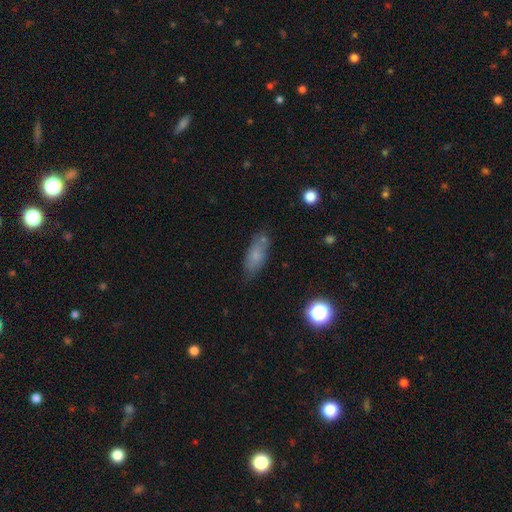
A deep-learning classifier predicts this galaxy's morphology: This appears to be a smooth galaxy with no disk features (72%) that is in between round and cigar-shaped (76%). Merging: none (66%).